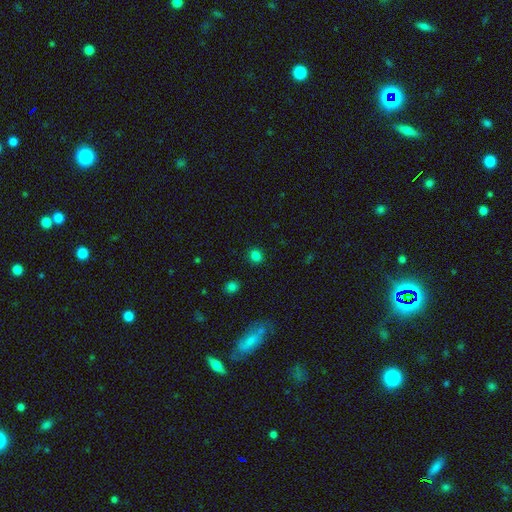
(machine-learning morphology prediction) Smooth or featured? Predicted: smooth (p=0.82). How rounded? Predicted: round (p=0.79). Merging? Predicted: none (p=0.90).